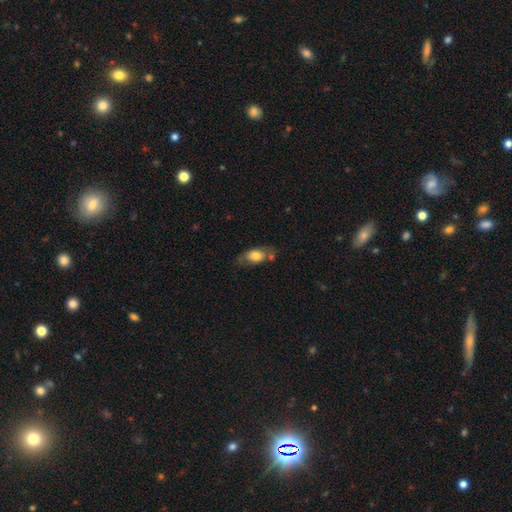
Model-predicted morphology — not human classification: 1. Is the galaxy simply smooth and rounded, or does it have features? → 66% smooth, 27% featured or disk, 7% star or artifact.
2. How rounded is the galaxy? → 80% in between, 12% round, 8% cigar-shaped.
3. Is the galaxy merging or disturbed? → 53% none, 24% minor disturbance, 13% merger, 10% major disturbance.